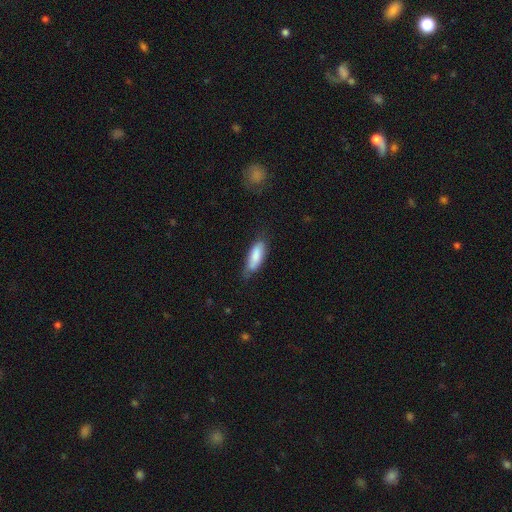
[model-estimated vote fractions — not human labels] smooth 80%, featured or disk 14%, star or artifact 6%. Down the decision tree: how rounded — in between (62%); merging — none (58%).